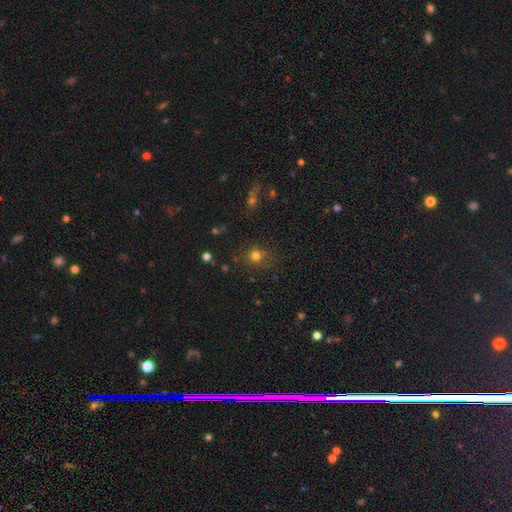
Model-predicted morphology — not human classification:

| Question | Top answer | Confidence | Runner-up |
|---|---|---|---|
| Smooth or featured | smooth | 74% | star or artifact (19%) |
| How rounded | round | 85% | in between (14%) |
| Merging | none | 78% | minor disturbance (13%) |